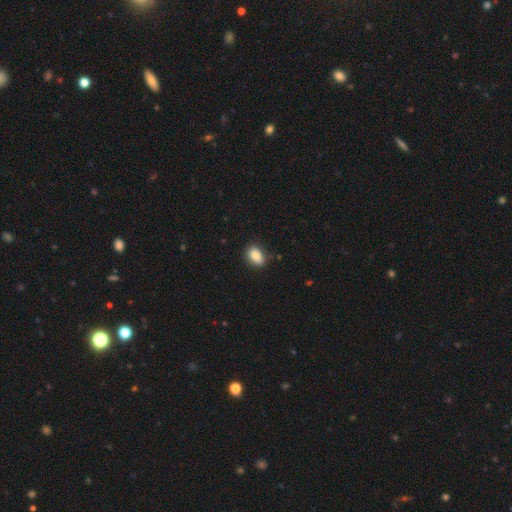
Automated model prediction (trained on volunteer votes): Smooth or featured? smooth (85%)
How rounded? in between (83%)
Merging? none (82%)